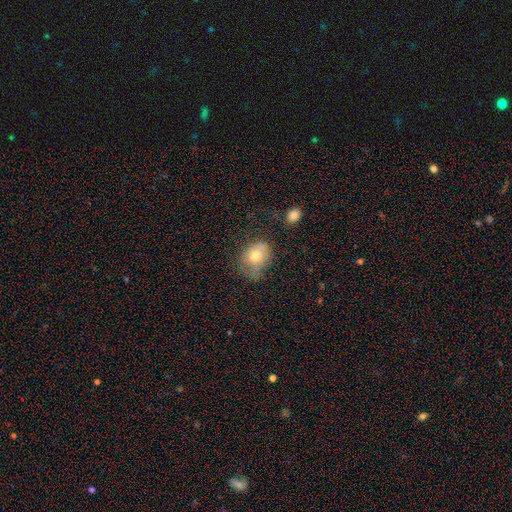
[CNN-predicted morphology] Smooth or featured? Predicted: smooth (p=0.71). How rounded? Predicted: in between (p=0.53). Merging? Predicted: none (p=0.42).